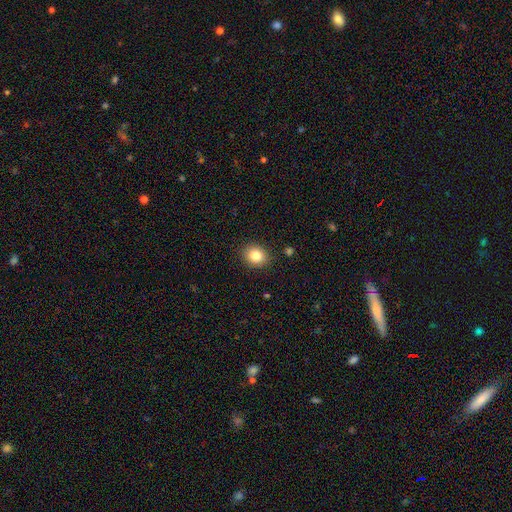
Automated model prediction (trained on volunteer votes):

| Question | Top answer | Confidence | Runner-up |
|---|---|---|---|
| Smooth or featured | smooth | 83% | star or artifact (10%) |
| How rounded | round | 65% | in between (34%) |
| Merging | none | 89% | minor disturbance (8%) |